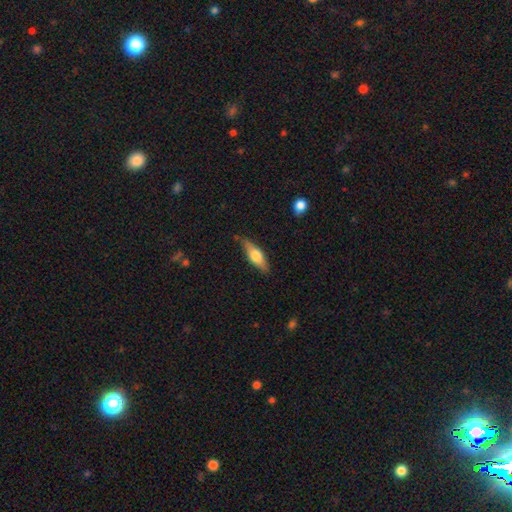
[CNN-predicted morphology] Smooth or featured?
  - smooth: 53% *
  - featured or disk: 41%
  - star or artifact: 6%
How rounded?
  - in between: 50% *
  - cigar-shaped: 47%
  - round: 3%
Merging?
  - none: 79% *
  - minor disturbance: 16%
  - major disturbance: 3%
  - merger: 2%